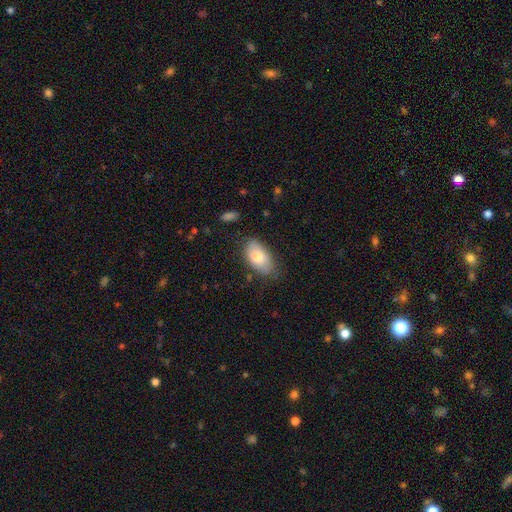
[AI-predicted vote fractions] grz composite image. It shows a smooth galaxy with no disk features (76%) that is in between round and cigar-shaped (93%). Merging: none (69%).